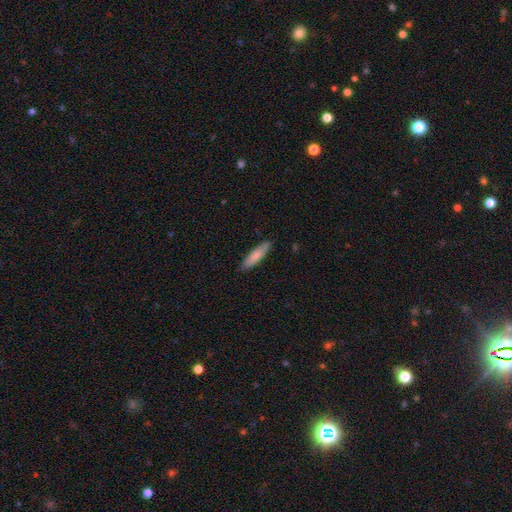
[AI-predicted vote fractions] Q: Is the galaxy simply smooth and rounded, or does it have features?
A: smooth — 80%.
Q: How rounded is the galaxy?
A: cigar-shaped — 76%.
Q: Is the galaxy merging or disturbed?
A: none — 87%.